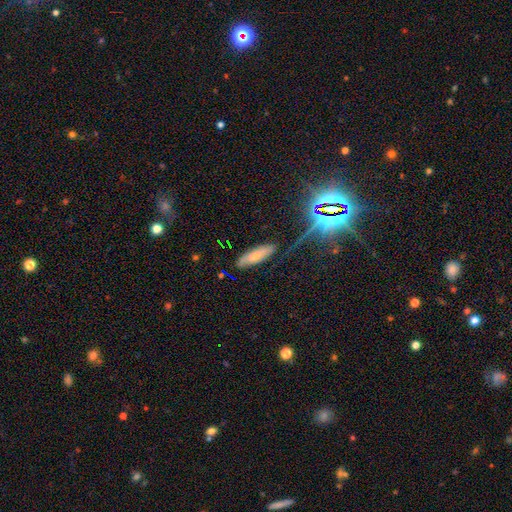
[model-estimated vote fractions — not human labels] smooth-or-featured: smooth: 57% | featured or disk: 33% | star or artifact: 10%
  how-rounded: cigar-shaped: 53% | in between: 45% | round: 2%
  merging: none: 79% | minor disturbance: 16% | major disturbance: 3% | merger: 2%